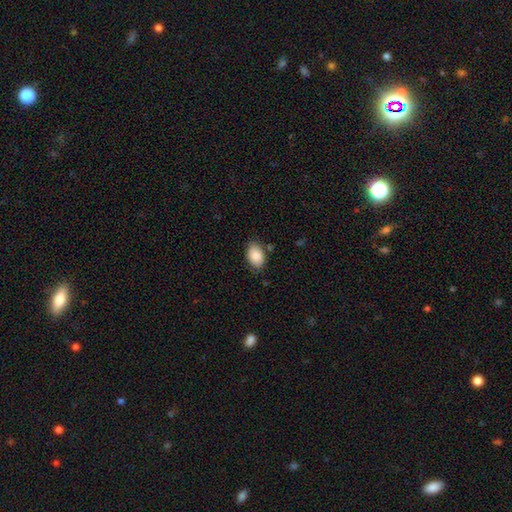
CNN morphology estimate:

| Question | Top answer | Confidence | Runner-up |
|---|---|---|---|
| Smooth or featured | smooth | 86% | featured or disk (7%) |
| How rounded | in between | 89% | round (10%) |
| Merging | none | 79% | minor disturbance (15%) |